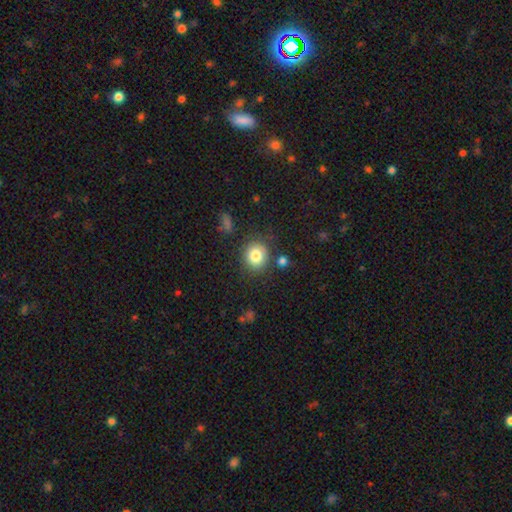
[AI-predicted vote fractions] A smooth galaxy with no disk features (82%) that is round (79%). Merging: none (81%).